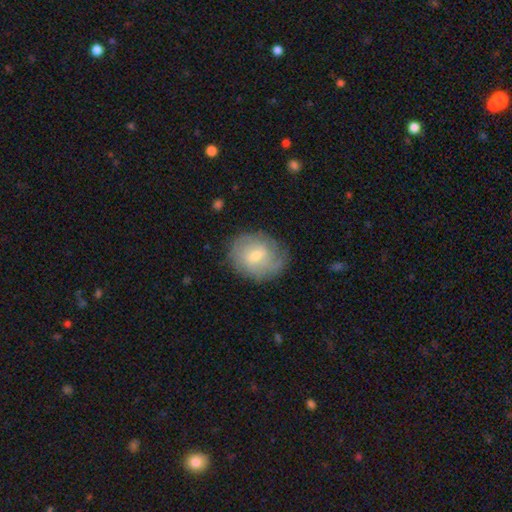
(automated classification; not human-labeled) This appears to be a featured or disk galaxy (55%) with a weak bar (55%), spiral arms (79%) and a moderate central bulge (50%). Merging: none (75%).